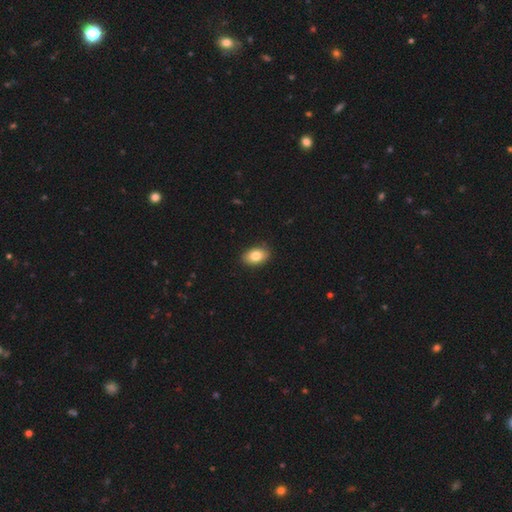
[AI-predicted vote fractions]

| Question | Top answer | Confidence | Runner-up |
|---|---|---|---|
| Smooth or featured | smooth | 82% | featured or disk (10%) |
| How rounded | in between | 88% | round (10%) |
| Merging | none | 89% | minor disturbance (8%) |